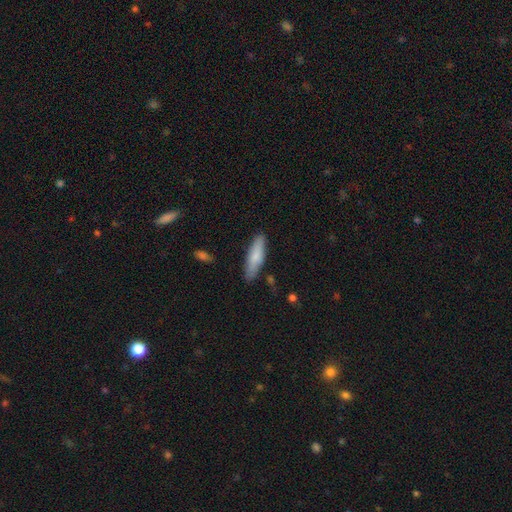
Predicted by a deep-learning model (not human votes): This appears to be a smooth galaxy with no disk features (77%) that is cigar-shaped (61%). Merging: none (83%).